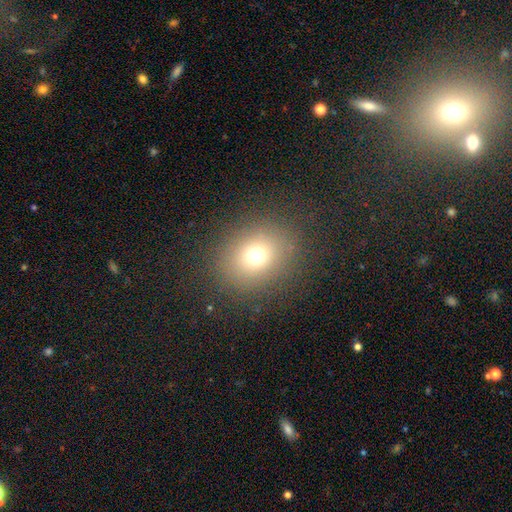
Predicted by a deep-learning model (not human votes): Overall: smooth (70%). How rounded: round (70%). Merging: none (85%).